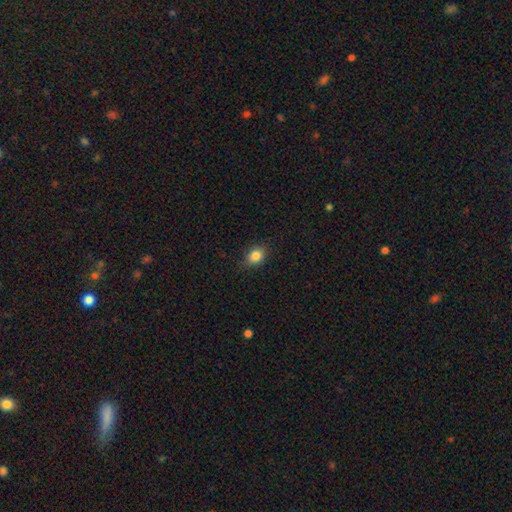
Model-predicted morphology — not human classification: Smooth or featured? smooth (84%)
How rounded? in between (54%)
Merging? none (82%)